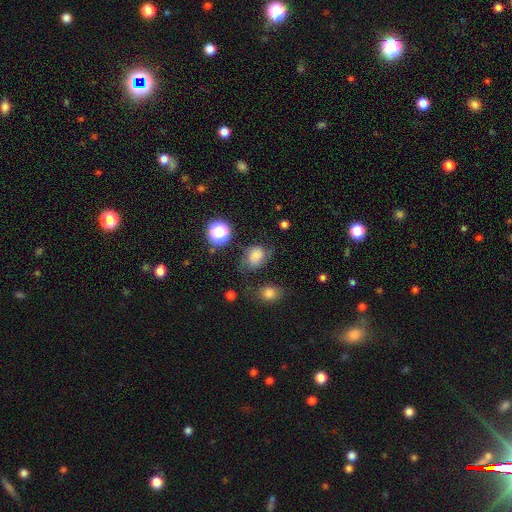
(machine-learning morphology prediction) Smooth or featured? smooth (58%)
How rounded? in between (53%)
Merging? none (46%)